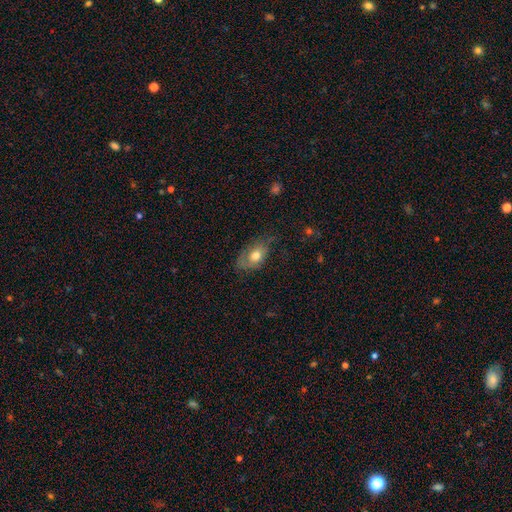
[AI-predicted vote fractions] Q: Smooth or featured?
A: smooth (66%); runner-up: featured or disk (27%)
Q: How rounded?
A: in between (86%); runner-up: round (11%)
Q: Merging?
A: none (50%); runner-up: minor disturbance (33%)